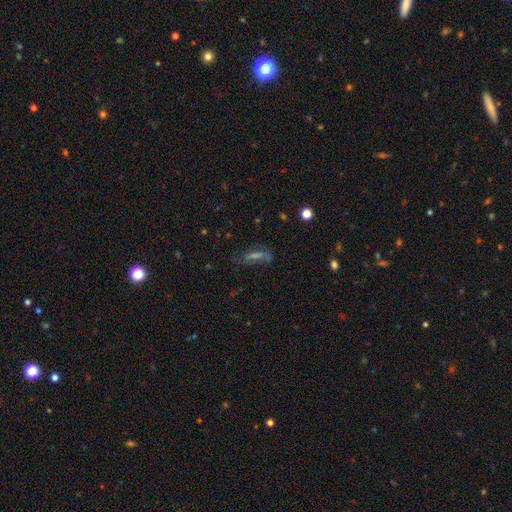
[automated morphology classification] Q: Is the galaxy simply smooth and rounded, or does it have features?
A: smooth — 38%, tied with featured or disk.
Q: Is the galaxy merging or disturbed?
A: none — 54%.